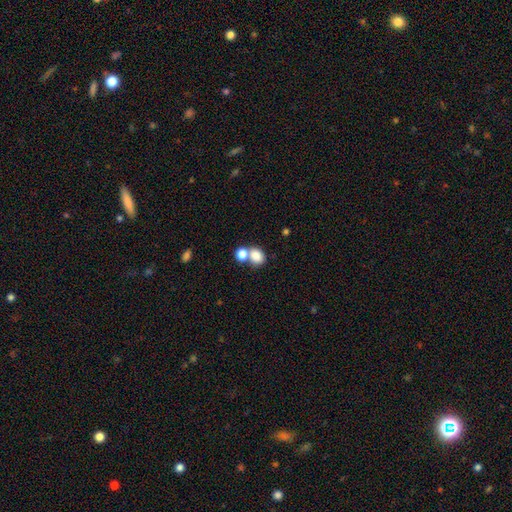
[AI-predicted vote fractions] Overall: smooth (82%). How rounded: round (52%; in between 46%). Merging: merger (48%; none 40%).